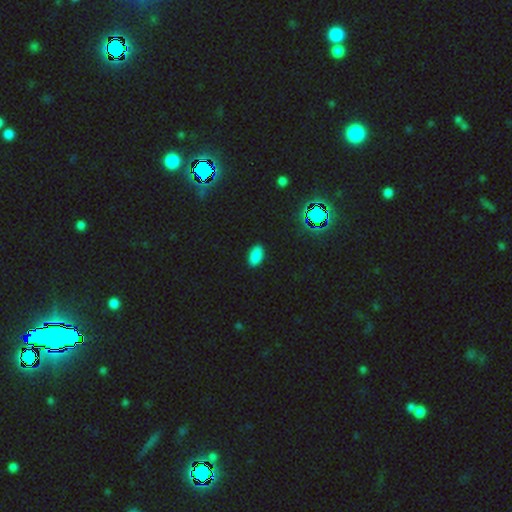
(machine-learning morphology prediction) type=smooth (82%); roundness=in between (94%); merging=none (89%).